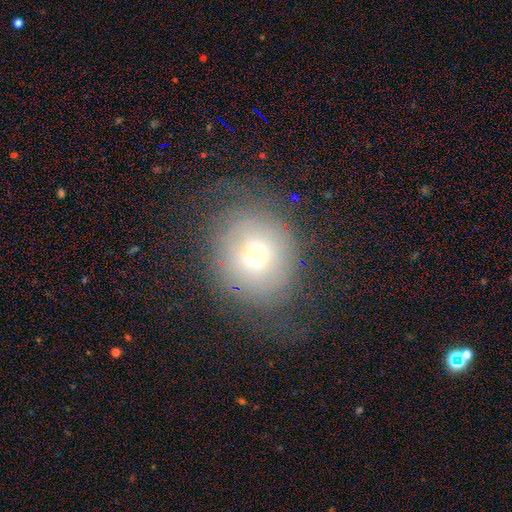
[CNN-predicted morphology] Smooth or featured: smooth — 53% (featured or disk — 33%)
How rounded: round — 75% (in between — 24%)
Merging: none — 68% (minor disturbance — 17%)